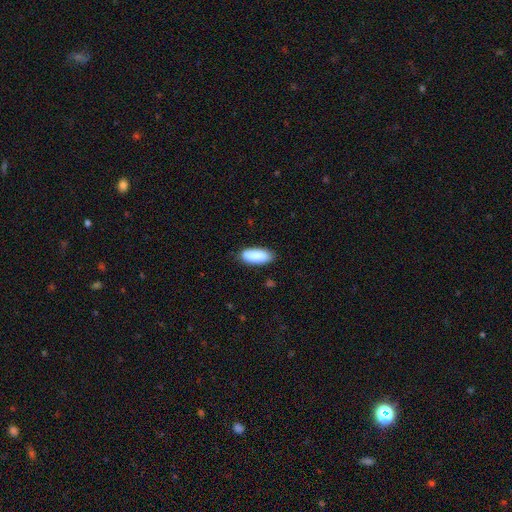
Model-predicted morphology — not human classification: Overall: smooth (89%). How rounded: in between (82%). Merging: none (82%).